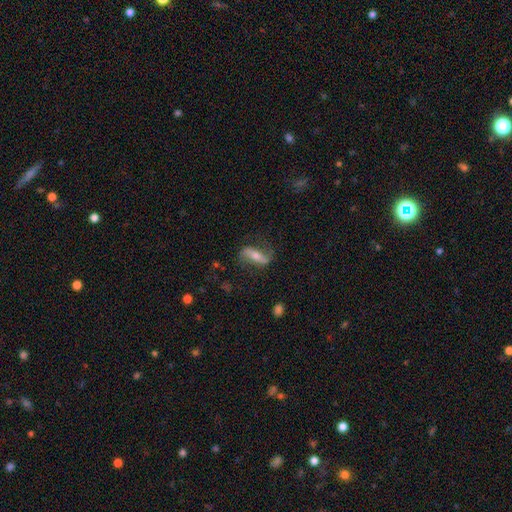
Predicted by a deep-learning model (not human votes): Overall: featured or disk (70%). Edge-on disk: no (81%). Bar: strong (61%; weak 21%). Spiral arms: yes (85%). Bulge size: moderate (46%; small 42%). Merging: none (70%).